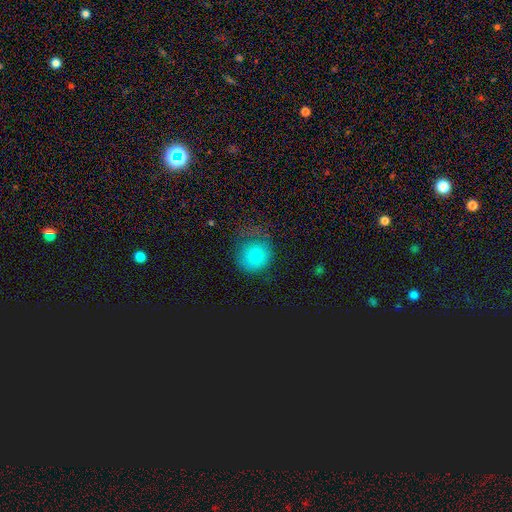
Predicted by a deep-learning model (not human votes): Morphology: type=smooth (78%); roundness=round (85%); merging=none (54%).